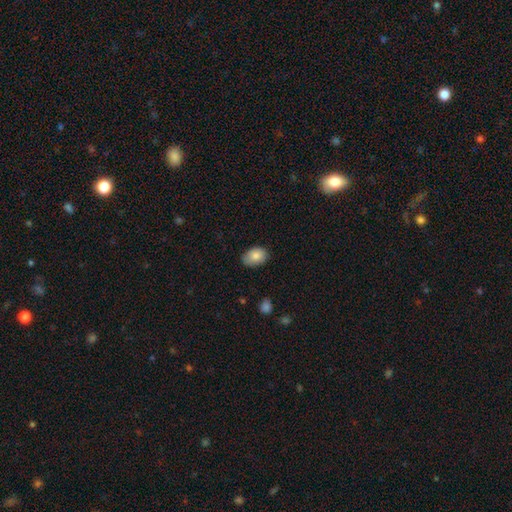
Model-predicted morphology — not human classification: Smooth or featured? Predicted: smooth (p=0.85). How rounded? Predicted: in between (p=0.84). Merging? Predicted: none (p=0.75).